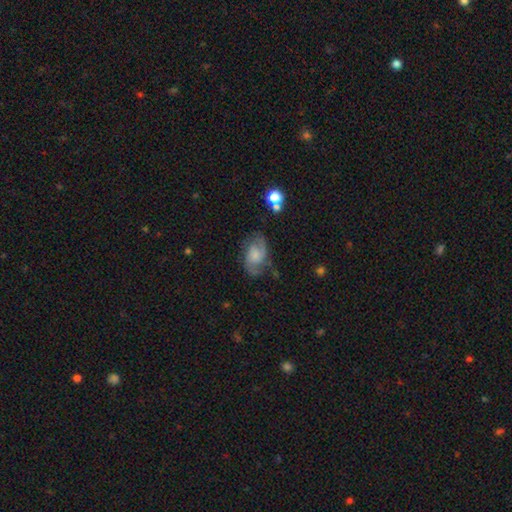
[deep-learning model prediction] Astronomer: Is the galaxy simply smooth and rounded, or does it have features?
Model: featured or disk — 69%.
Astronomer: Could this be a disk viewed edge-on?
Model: no — 97%.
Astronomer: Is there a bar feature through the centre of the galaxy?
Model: no — 63%.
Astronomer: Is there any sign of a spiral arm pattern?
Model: yes — 91%.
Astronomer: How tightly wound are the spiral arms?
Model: medium — 49% (runner-up: loose, 26%).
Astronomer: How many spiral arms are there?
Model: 2 — 81%.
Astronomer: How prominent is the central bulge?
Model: none — 31% (runner-up: small, 28%).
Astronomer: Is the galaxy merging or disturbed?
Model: none — 62%.